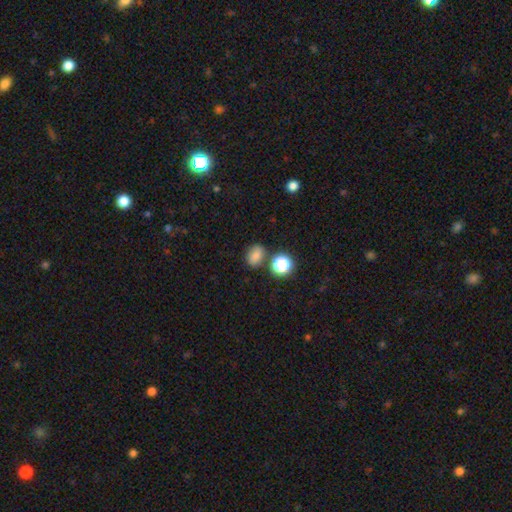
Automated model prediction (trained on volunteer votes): Morphology: type=smooth (75%); roundness=in between (57%); merging=none (76%).